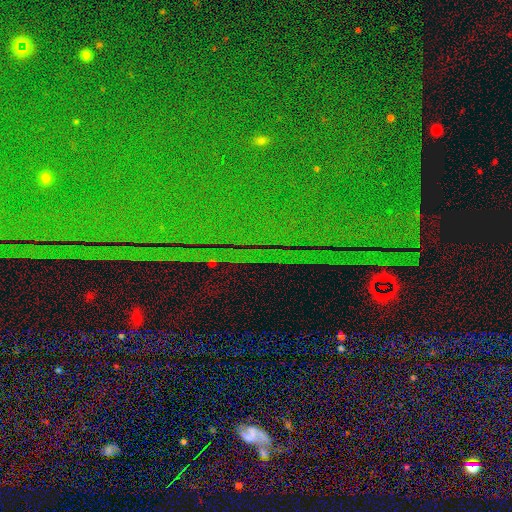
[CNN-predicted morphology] Overall: star or artifact (86%).